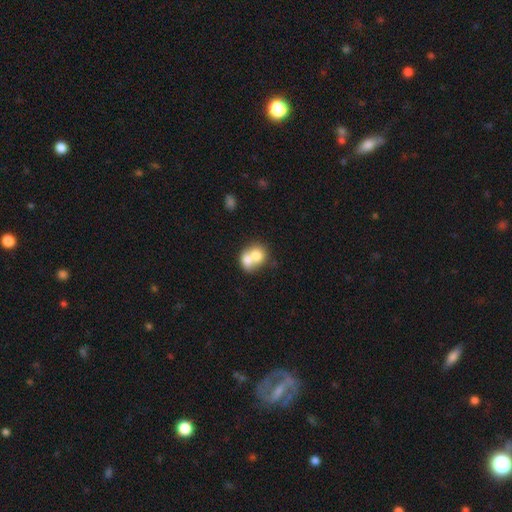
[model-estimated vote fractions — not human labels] Smooth or featured? smooth (70%)
How rounded? round (63%)
Merging? merger (74%)